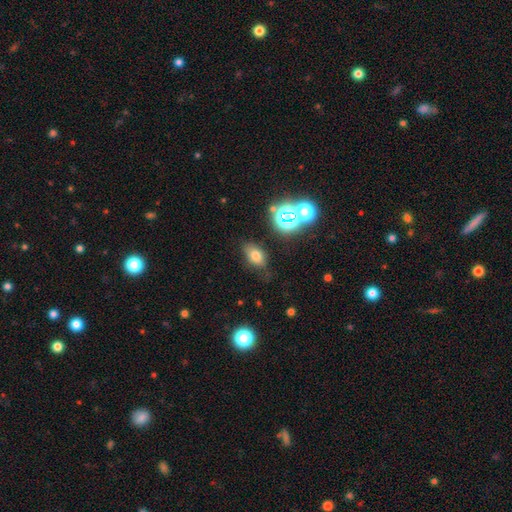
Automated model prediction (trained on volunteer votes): smooth_or_featured: smooth (p=0.69) [alt: star or artifact p=0.18]
how_rounded: in between (p=0.81) [alt: round p=0.16]
merging: none (p=0.72) [alt: minor disturbance p=0.18]